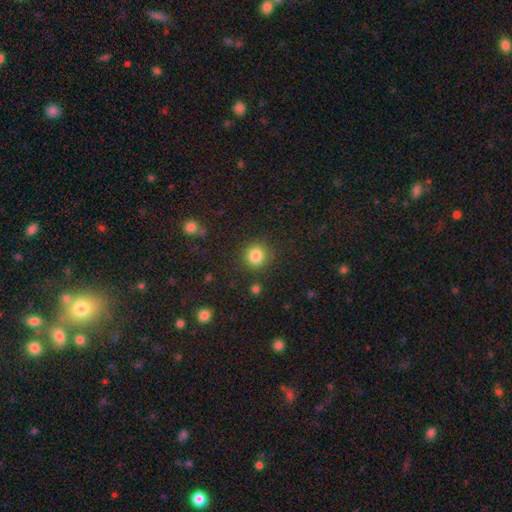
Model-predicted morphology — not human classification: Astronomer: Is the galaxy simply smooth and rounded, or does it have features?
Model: smooth — 84%.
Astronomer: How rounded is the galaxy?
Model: round — 85%.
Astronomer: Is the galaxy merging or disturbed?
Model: none — 85%.